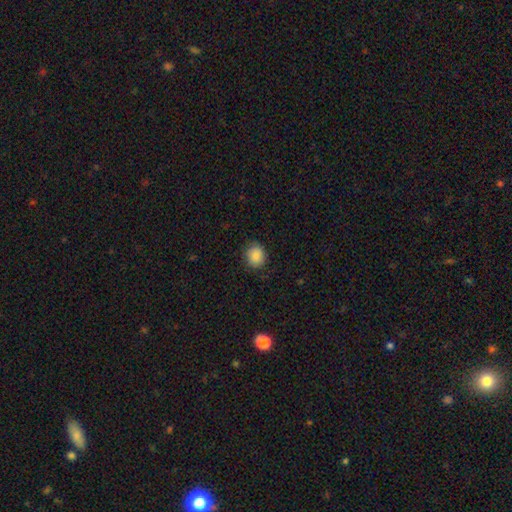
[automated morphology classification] Smooth or featured? smooth (87%)
How rounded? round (73%)
Merging? none (83%)